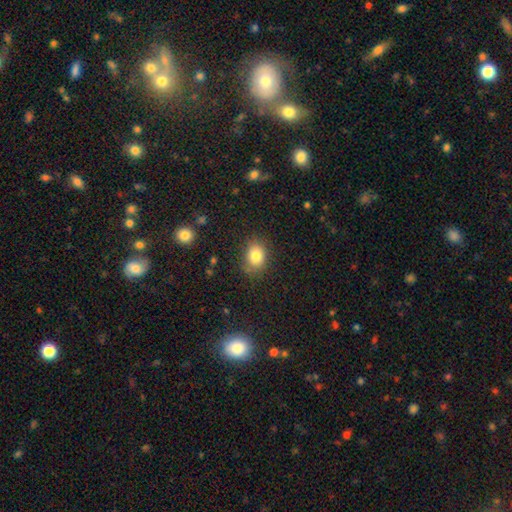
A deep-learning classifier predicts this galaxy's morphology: Smooth or featured?
  - smooth: 82% *
  - star or artifact: 10%
  - featured or disk: 8%
How rounded?
  - in between: 61% *
  - round: 38%
  - cigar-shaped: 1%
Merging?
  - none: 78% *
  - minor disturbance: 16%
  - major disturbance: 4%
  - merger: 2%